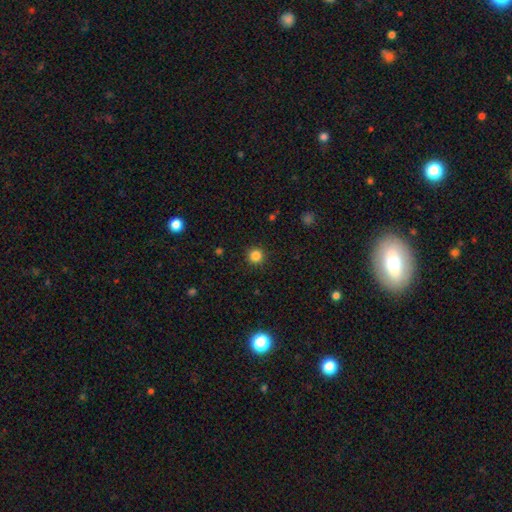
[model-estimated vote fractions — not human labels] smooth 84%, star or artifact 12%, featured or disk 4%. Down the decision tree: how rounded — round (95%); merging — none (91%).